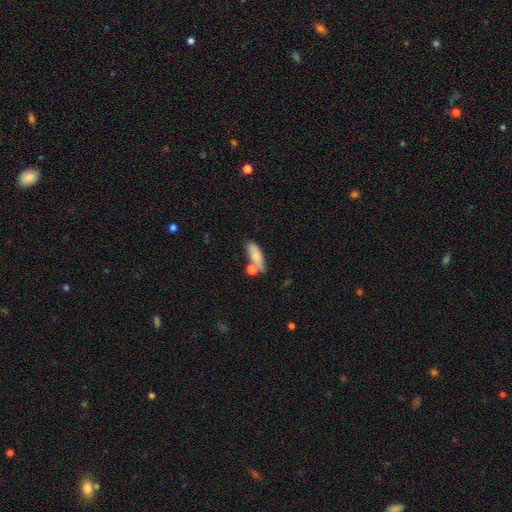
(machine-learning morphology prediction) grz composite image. It shows a smooth galaxy with no disk features (73%) that is in between round and cigar-shaped (68%). Merging: none (46%).